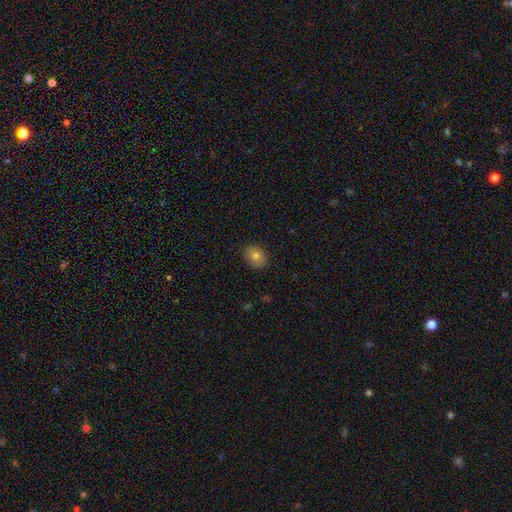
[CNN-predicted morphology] This appears to be a smooth galaxy with no disk features (76%) that is in between round and cigar-shaped (64%). Merging: none (86%).